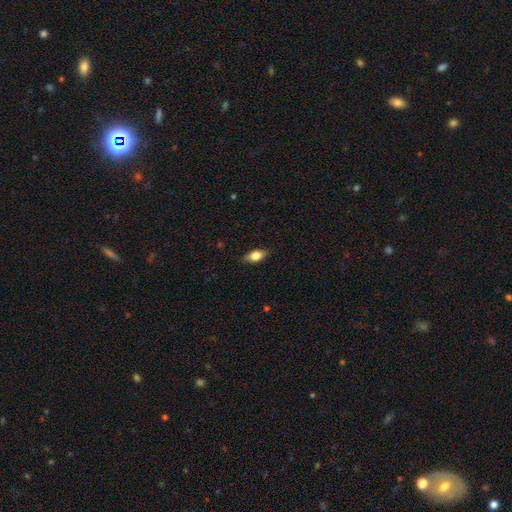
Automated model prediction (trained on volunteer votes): A smooth galaxy with no disk features (75%) that is in between round and cigar-shaped (84%). Merging: none (83%).